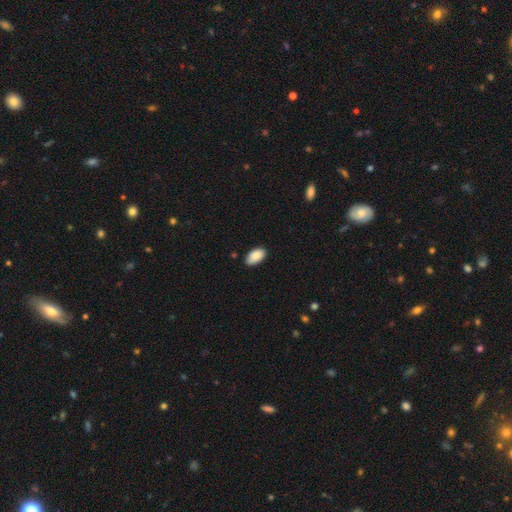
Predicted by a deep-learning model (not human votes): Morphology: type=smooth (89%); roundness=in between (95%); merging=none (81%).